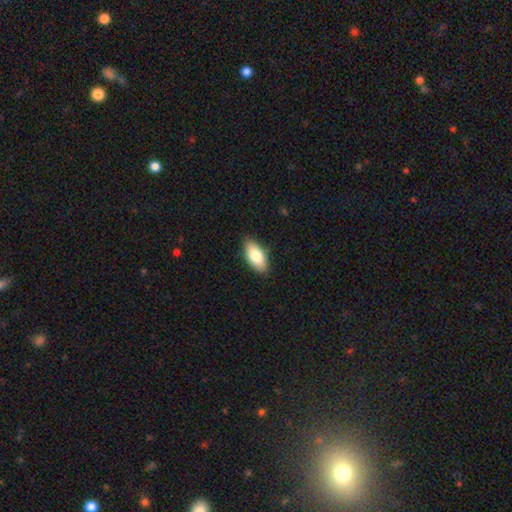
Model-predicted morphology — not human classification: Smooth or featured? Predicted: smooth (p=0.80). How rounded? Predicted: in between (p=0.91). Merging? Predicted: none (p=0.87).